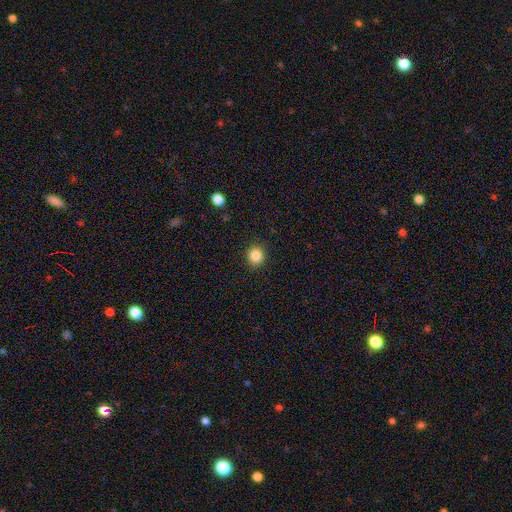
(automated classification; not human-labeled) smooth-or-featured: smooth: 86% | star or artifact: 10% | featured or disk: 4%
  how-rounded: round: 85% | in between: 14% | cigar-shaped: 1%
  merging: none: 91% | minor disturbance: 6% | major disturbance: 2% | merger: 1%